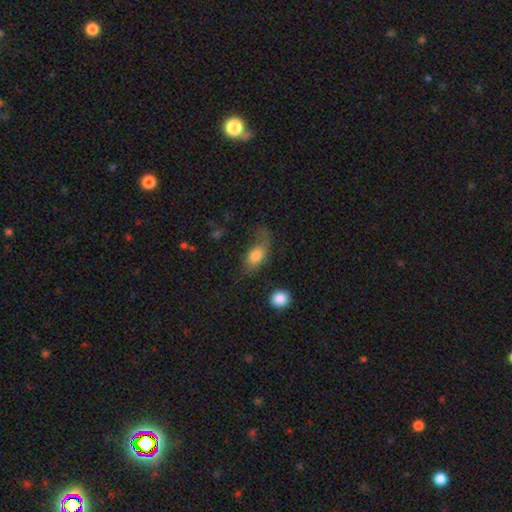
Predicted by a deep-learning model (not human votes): Smooth or featured? Predicted: smooth (p=0.73). How rounded? Predicted: in between (p=0.83). Merging? Predicted: none (p=0.36).